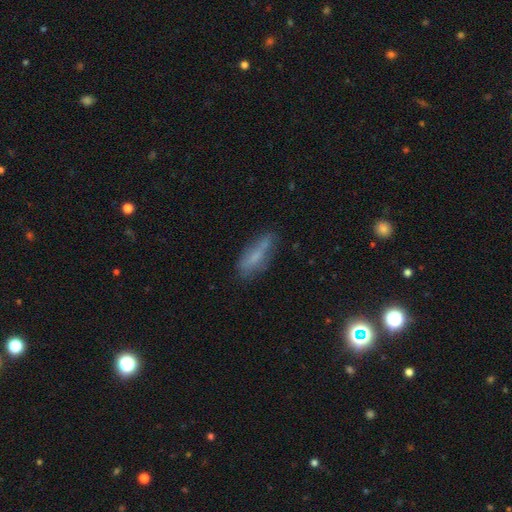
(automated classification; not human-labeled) Smooth or featured? smooth (60%)
How rounded? cigar-shaped (57%)
Merging? none (66%)